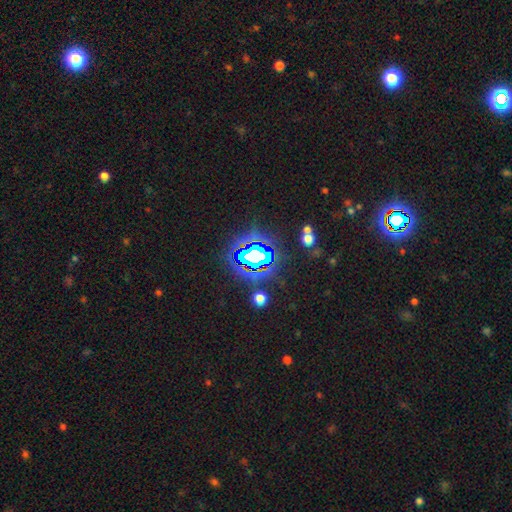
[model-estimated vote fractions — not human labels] Morphology: type=star or artifact (71%).